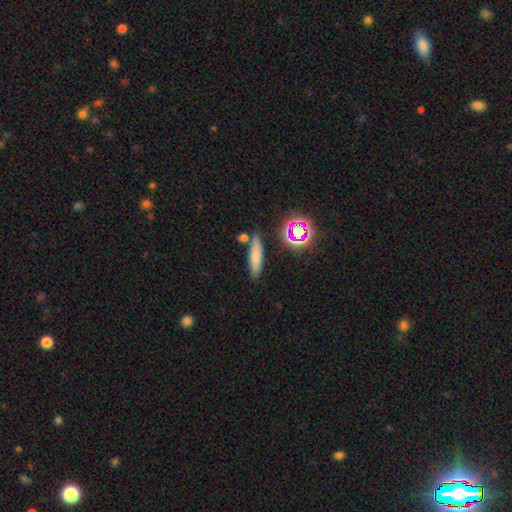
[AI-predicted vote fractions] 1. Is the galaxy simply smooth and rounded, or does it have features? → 70% smooth, 16% star or artifact, 14% featured or disk.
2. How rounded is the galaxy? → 70% cigar-shaped, 24% in between, 6% round.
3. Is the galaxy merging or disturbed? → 78% none, 12% minor disturbance, 7% merger, 3% major disturbance.